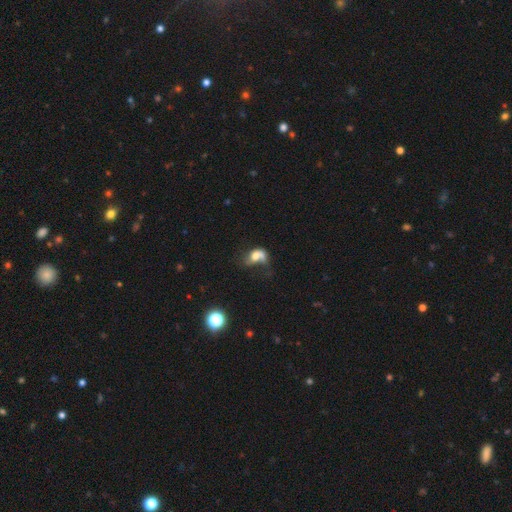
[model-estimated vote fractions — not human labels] Morphology: type=smooth (52%); roundness=in between (71%); merging=merger (37%).